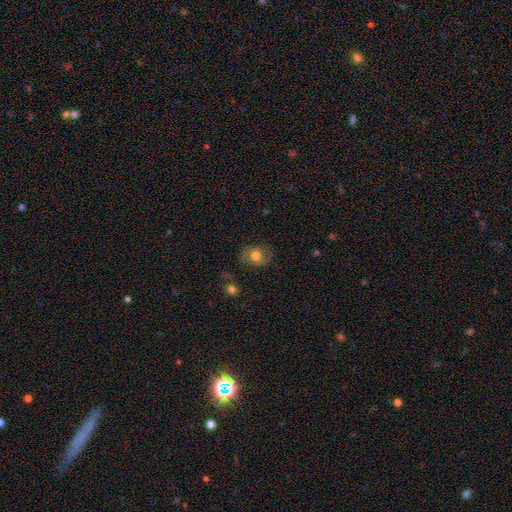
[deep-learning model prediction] A smooth galaxy with no disk features (71%) that is round (57%). Merging: none (75%).